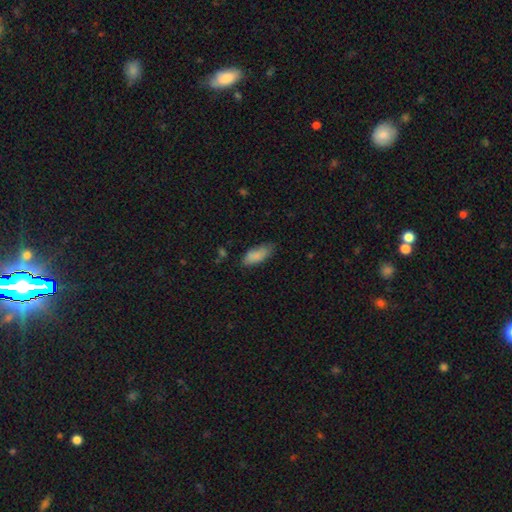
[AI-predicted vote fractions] Overall: smooth (84%). How rounded: in between (84%). Merging: none (65%; minor disturbance 27%).